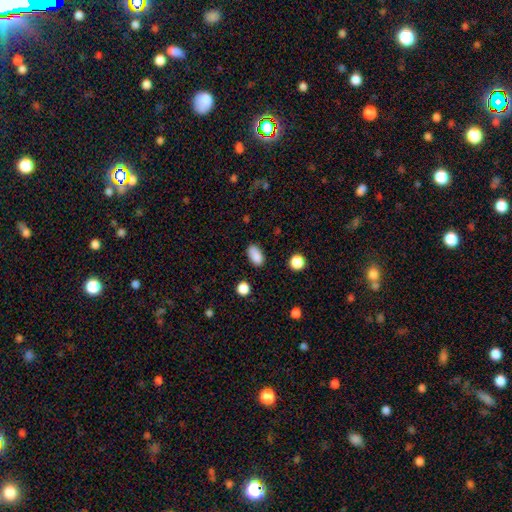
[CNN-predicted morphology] Smooth or featured? smooth (87%)
How rounded? in between (91%)
Merging? none (82%)